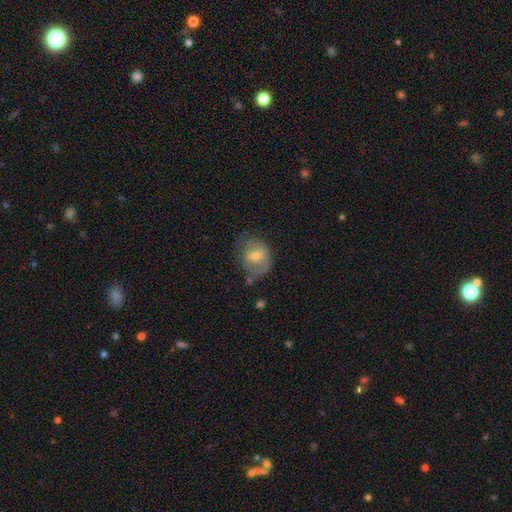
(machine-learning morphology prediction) smooth 57%, featured or disk 36%, star or artifact 7%. Down the decision tree: how rounded — round (51%); merging — none (46%).